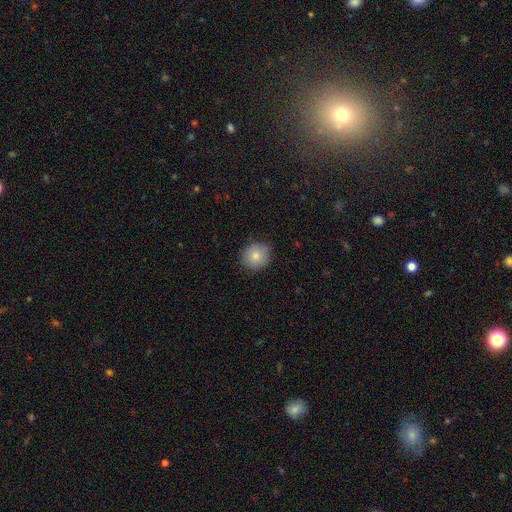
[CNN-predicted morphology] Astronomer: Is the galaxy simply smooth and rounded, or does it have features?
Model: smooth — 82%.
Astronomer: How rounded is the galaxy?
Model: round — 87%.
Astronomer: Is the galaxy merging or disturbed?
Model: none — 86%.